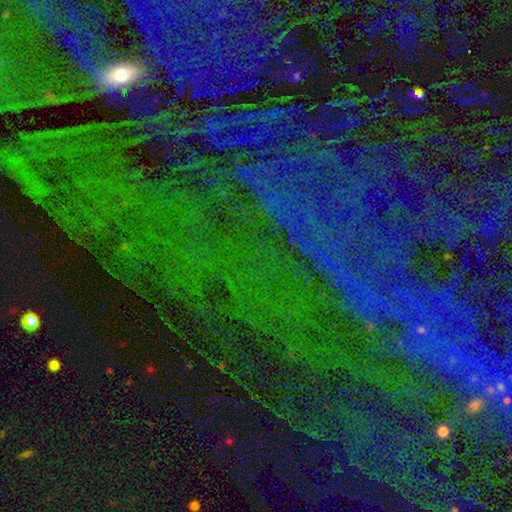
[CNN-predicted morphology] Overall: star or artifact (81%).